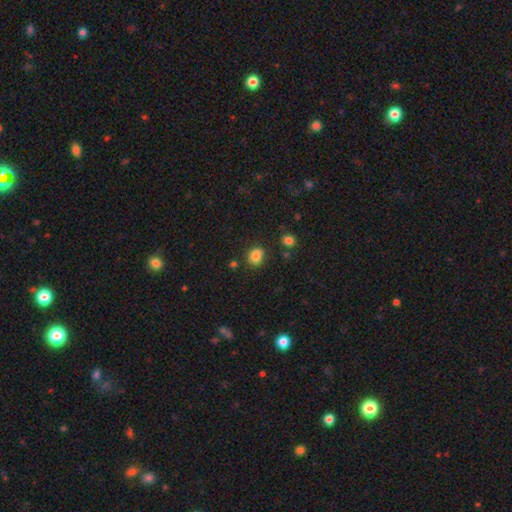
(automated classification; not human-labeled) The model was most divided on "how rounded": round: 56%, in between: 43%, cigar-shaped: 1%. More confident: smooth or featured — smooth (82%); merging — none (74%).